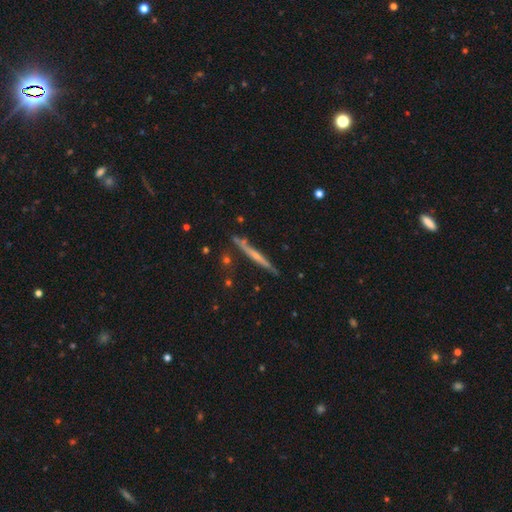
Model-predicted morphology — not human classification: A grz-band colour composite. It shows a featured or disk galaxy (63%) viewed edge-on (97%) with no central bulge (60%). Merging: none (84%).